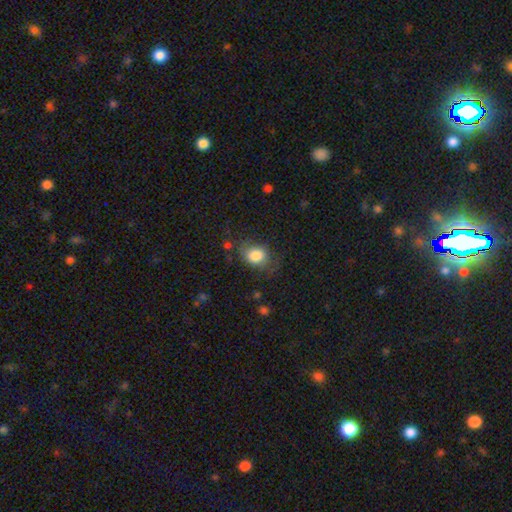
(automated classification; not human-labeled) Smooth or featured? Predicted: smooth (p=0.83). How rounded? Predicted: in between (p=0.53). Merging? Predicted: none (p=0.62).